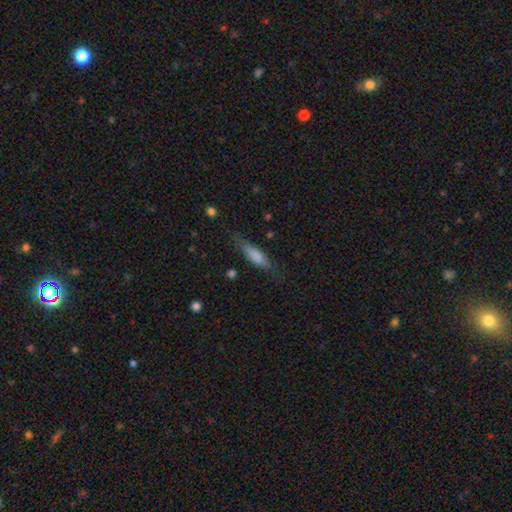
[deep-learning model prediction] Smooth or featured? smooth (70%)
How rounded? cigar-shaped (59%)
Merging? none (70%)